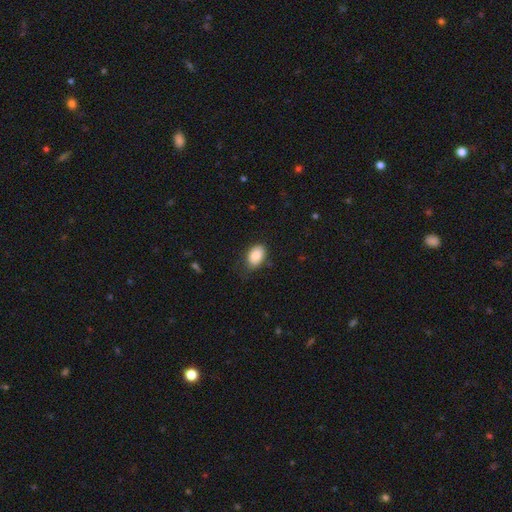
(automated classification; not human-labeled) The model was most divided on "merging": none: 76%, minor disturbance: 19%, major disturbance: 4%, merger: 1%. More confident: how rounded — in between (87%); smooth or featured — smooth (87%).